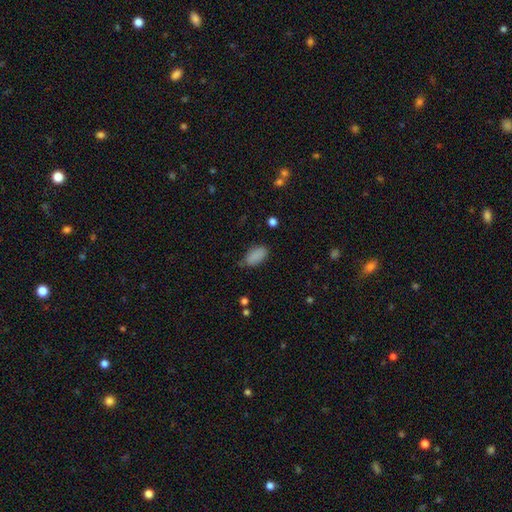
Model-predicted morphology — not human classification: smooth-or-featured: smooth: 87% | star or artifact: 8% | featured or disk: 4%
  how-rounded: in between: 93% | cigar-shaped: 4% | round: 4%
  merging: none: 69% | minor disturbance: 24% | major disturbance: 5% | merger: 2%